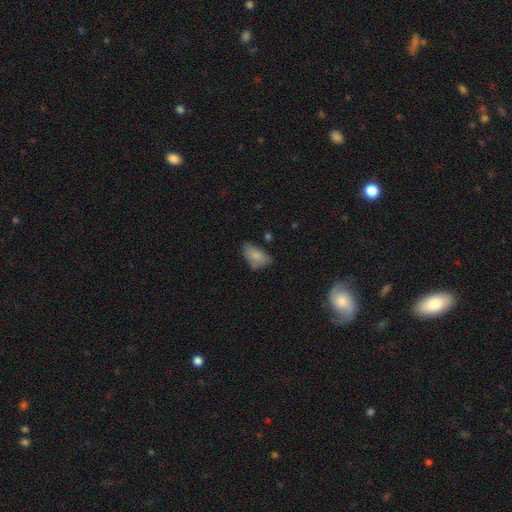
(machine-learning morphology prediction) This appears to be a smooth galaxy with no disk features (79%) that is in between round and cigar-shaped (92%). Merging: none (52%).